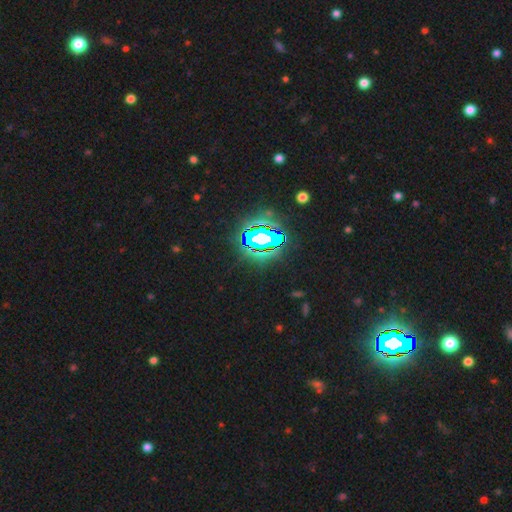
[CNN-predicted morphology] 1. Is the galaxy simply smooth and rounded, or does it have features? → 84% star or artifact, 10% smooth, 7% featured or disk.